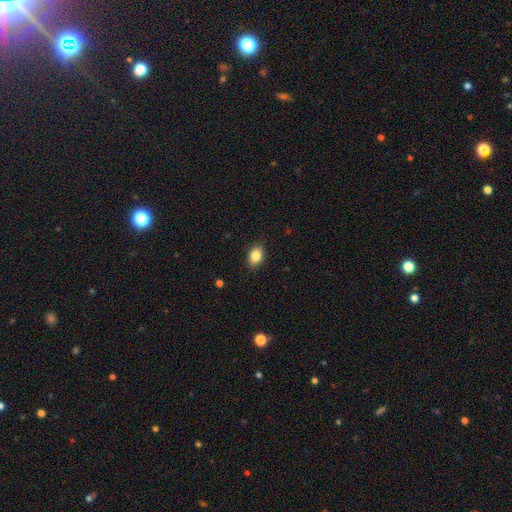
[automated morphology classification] smooth-or-featured: smooth: 84% | star or artifact: 9% | featured or disk: 7%
  how-rounded: in between: 79% | round: 19% | cigar-shaped: 1%
  merging: none: 87% | minor disturbance: 10% | major disturbance: 2% | merger: 1%